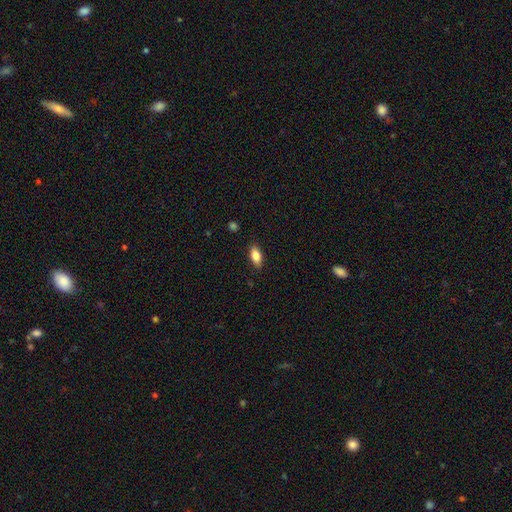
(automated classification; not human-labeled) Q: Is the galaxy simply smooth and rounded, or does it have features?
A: smooth — 83%.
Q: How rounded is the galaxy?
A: in between — 87%.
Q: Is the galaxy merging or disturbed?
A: none — 86%.